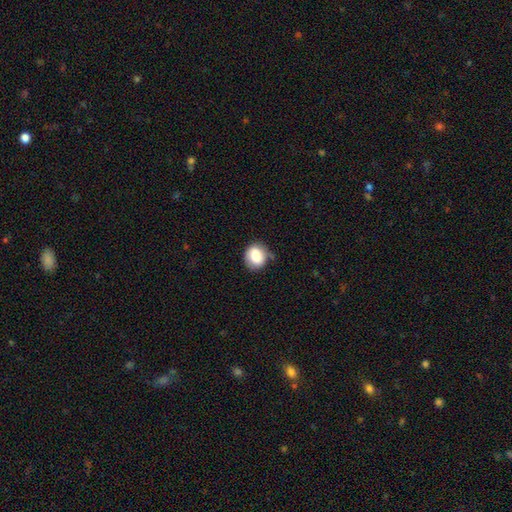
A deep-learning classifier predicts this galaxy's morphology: Smooth or featured: smooth — 83% (featured or disk — 9%)
How rounded: round — 69% (in between — 30%)
Merging: none — 62% (minor disturbance — 28%)